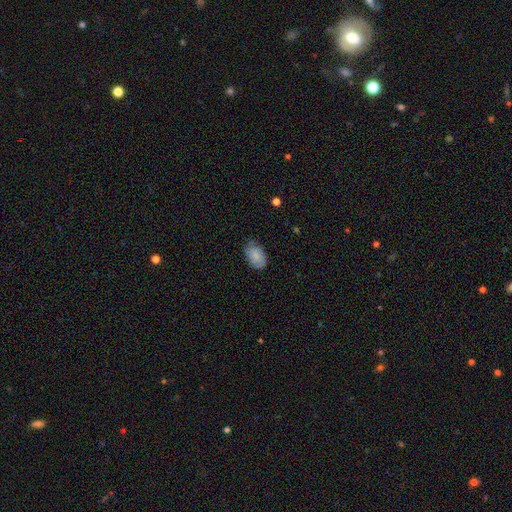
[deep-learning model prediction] smooth_or_featured: smooth (p=0.85) [alt: featured or disk p=0.09]
how_rounded: in between (p=0.90) [alt: round p=0.08]
merging: none (p=0.69) [alt: minor disturbance p=0.25]